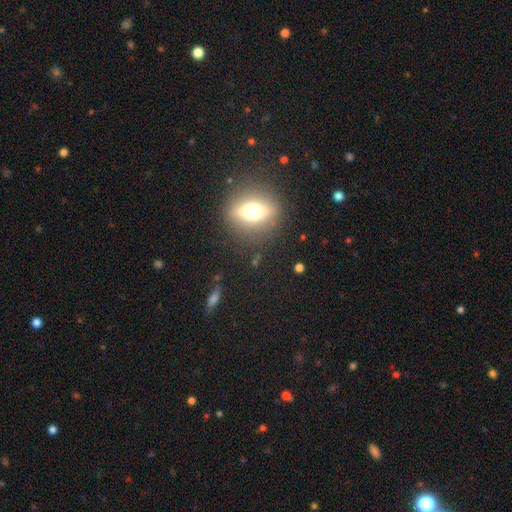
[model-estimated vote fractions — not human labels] The model was most divided on "smooth or featured": smooth: 42%, featured or disk: 39%, star or artifact: 19%. More confident: merging — none (86%).